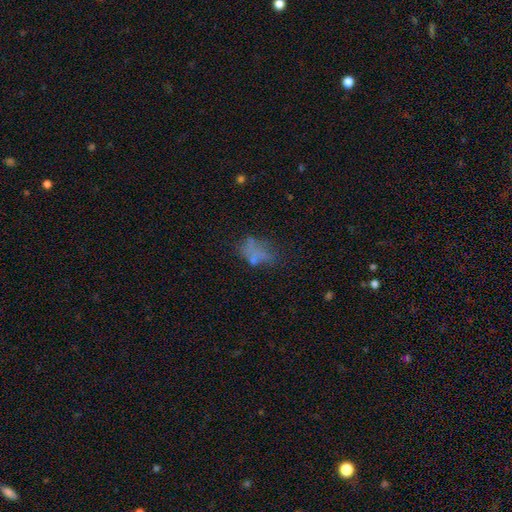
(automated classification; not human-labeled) smooth-or-featured: smooth: 47% | featured or disk: 33% | star or artifact: 20%
  merging: none: 43% | major disturbance: 26% | minor disturbance: 22% | merger: 9%